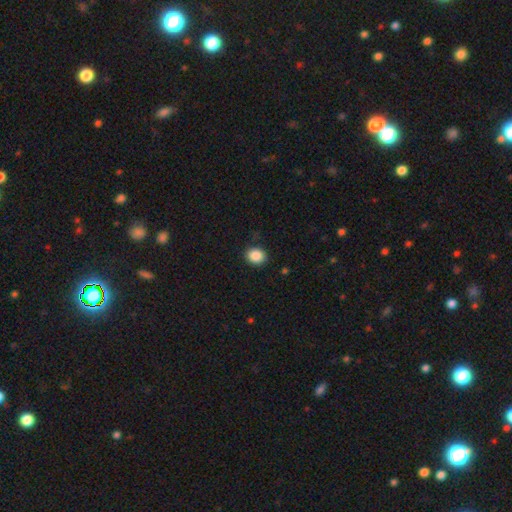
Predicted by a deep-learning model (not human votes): Smooth or featured? Predicted: smooth (p=0.88). How rounded? Predicted: round (p=0.63). Merging? Predicted: none (p=0.88).